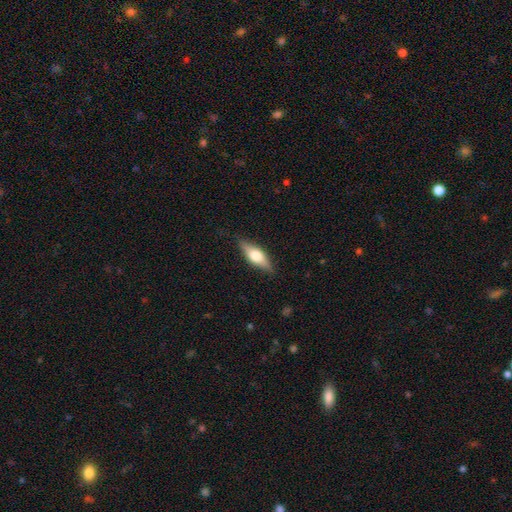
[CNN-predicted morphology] A smooth galaxy with no disk features (48%). Merging: none (85%).